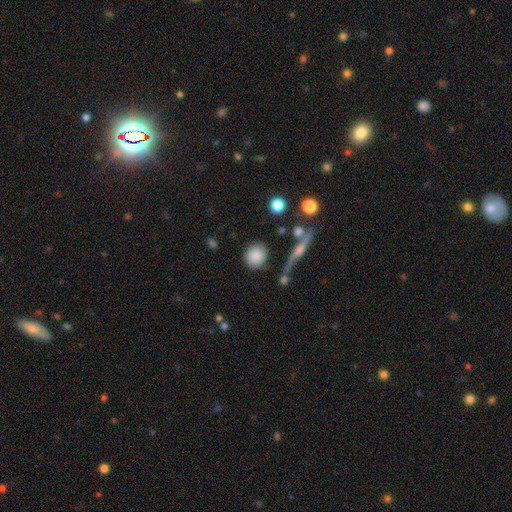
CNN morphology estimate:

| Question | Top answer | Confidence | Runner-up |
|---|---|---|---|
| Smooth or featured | smooth | 83% | featured or disk (8%) |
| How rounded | round | 86% | in between (12%) |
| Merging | none | 77% | minor disturbance (12%) |